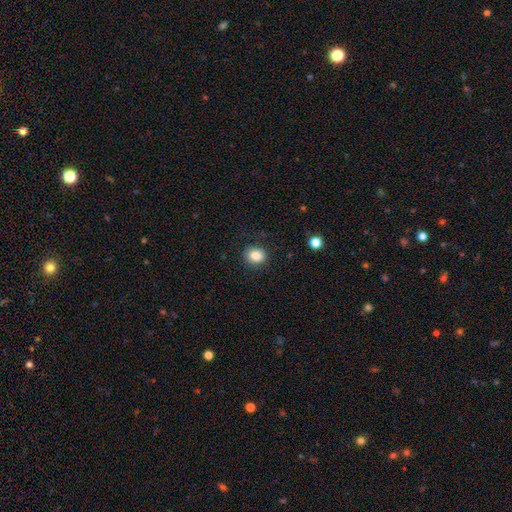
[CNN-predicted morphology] Q: Smooth or featured?
A: smooth (84%); runner-up: star or artifact (10%)
Q: How rounded?
A: round (66%); runner-up: in between (33%)
Q: Merging?
A: none (87%); runner-up: minor disturbance (9%)